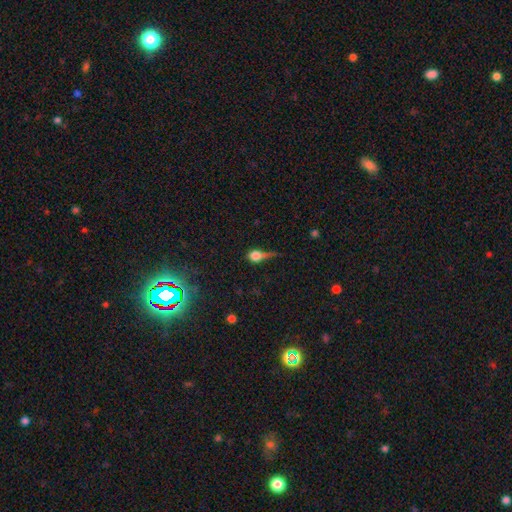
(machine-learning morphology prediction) This is likely a smooth galaxy (63%). How rounded: marginally round (45%). Merging: marginally major disturbance (33%).